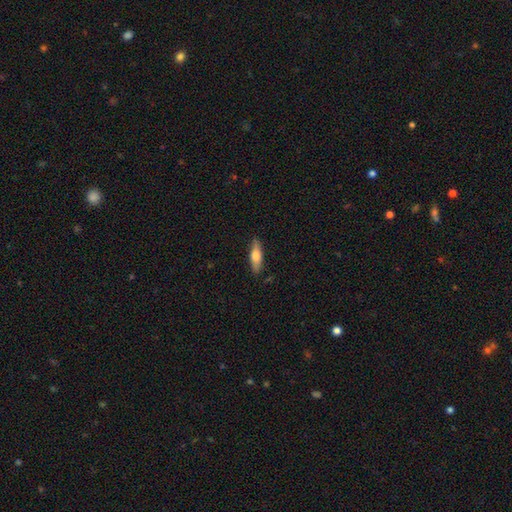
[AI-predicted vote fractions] Smooth or featured? smooth (61%)
How rounded? cigar-shaped (53%)
Merging? none (85%)